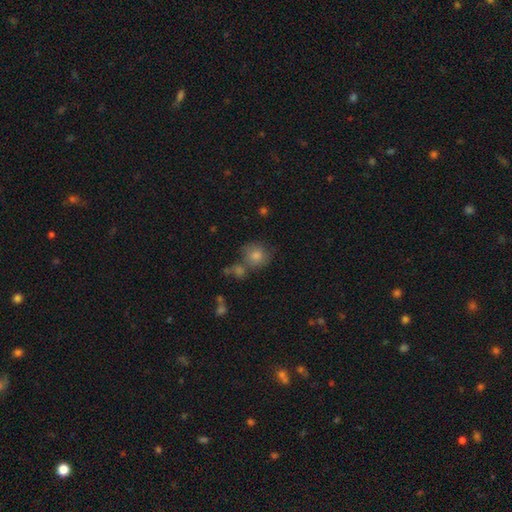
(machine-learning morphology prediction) type=smooth (72%); roundness=round (85%); merging=none (61%).